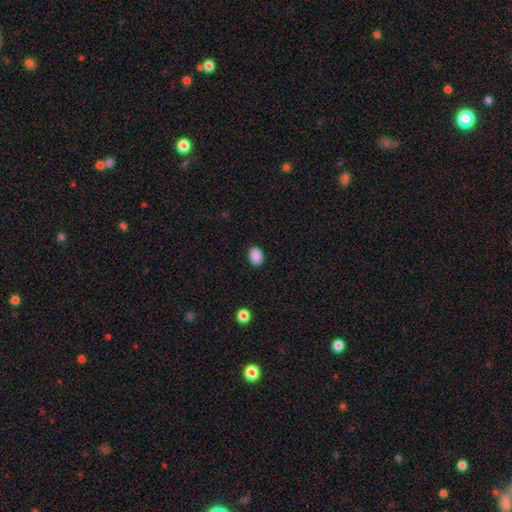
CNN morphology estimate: Smooth or featured: smooth — 89% (star or artifact — 8%)
How rounded: in between — 70% (round — 29%)
Merging: none — 89% (minor disturbance — 8%)